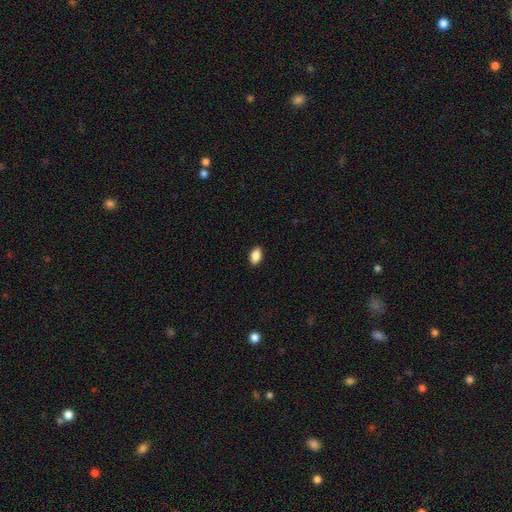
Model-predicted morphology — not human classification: type=smooth (86%); roundness=in between (91%); merging=none (89%).